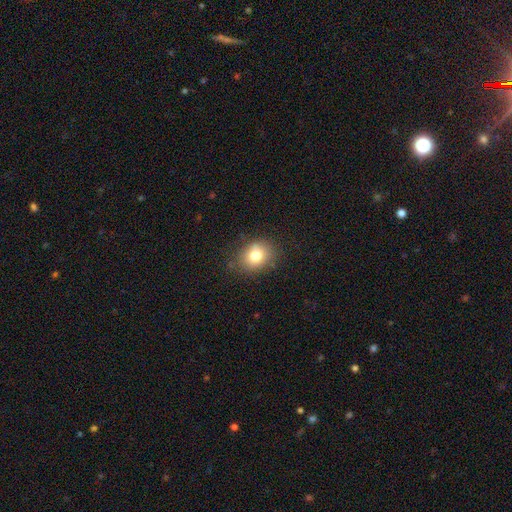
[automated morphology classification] Overall: smooth (76%). How rounded: round (52%; in between 47%). Merging: none (79%).